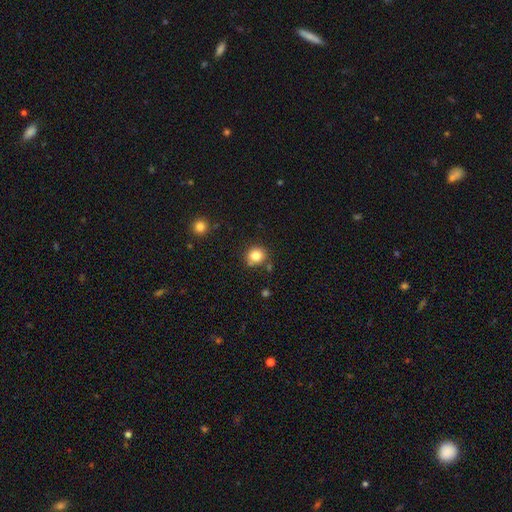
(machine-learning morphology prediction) This appears to be a smooth galaxy with no disk features (83%) that is round (84%). Merging: none (77%).